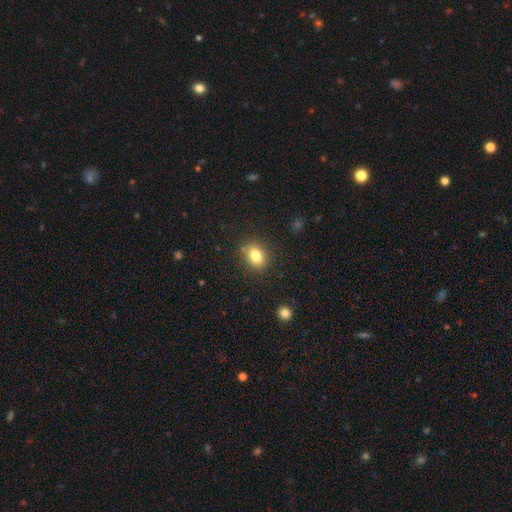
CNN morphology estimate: The model was most divided on "how rounded": in between: 63%, round: 35%, cigar-shaped: 2%. More confident: merging — none (85%); smooth or featured — smooth (81%).